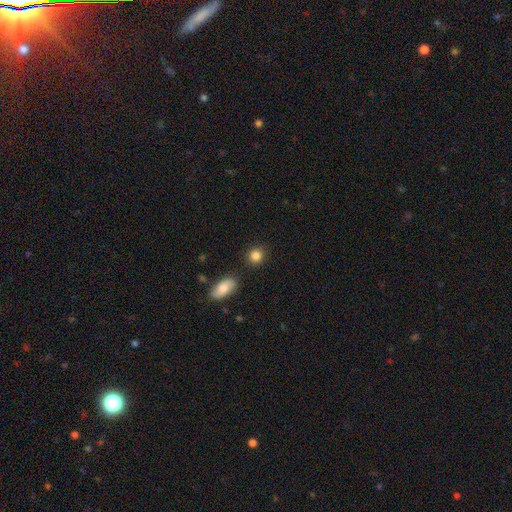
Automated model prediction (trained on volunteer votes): Q: Smooth or featured?
A: smooth (85%); runner-up: star or artifact (9%)
Q: How rounded?
A: round (80%); runner-up: in between (18%)
Q: Merging?
A: none (84%); runner-up: minor disturbance (9%)